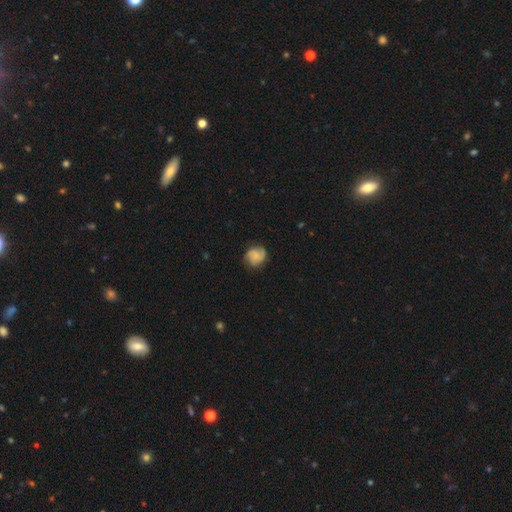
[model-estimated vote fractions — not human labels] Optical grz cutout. It shows a featured or disk galaxy (52%) with no bar (67%), spiral arms (92%) and a small central bulge (44%). Merging: none (75%).